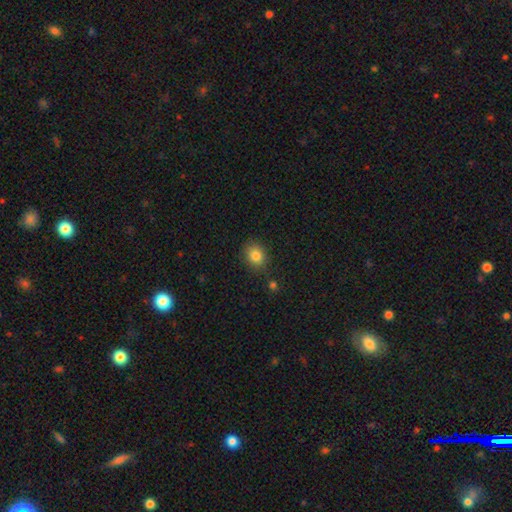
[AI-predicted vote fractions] smooth 83%, star or artifact 11%, featured or disk 6%. Down the decision tree: how rounded — round (63%); merging — none (83%).